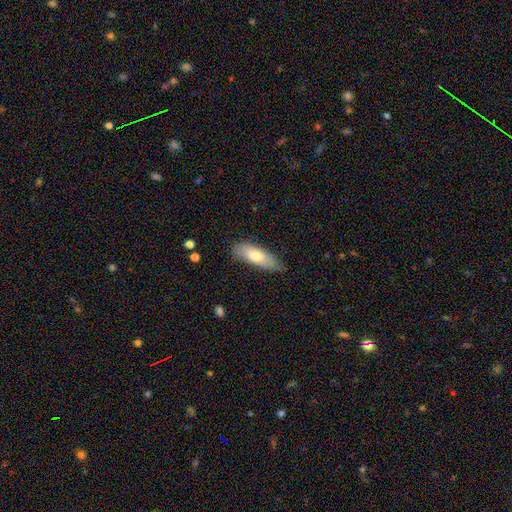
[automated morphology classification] Smooth or featured?
  - smooth: 69% *
  - featured or disk: 24%
  - star or artifact: 6%
How rounded?
  - in between: 59% *
  - cigar-shaped: 39%
  - round: 2%
Merging?
  - none: 73% *
  - minor disturbance: 22%
  - major disturbance: 3%
  - merger: 1%